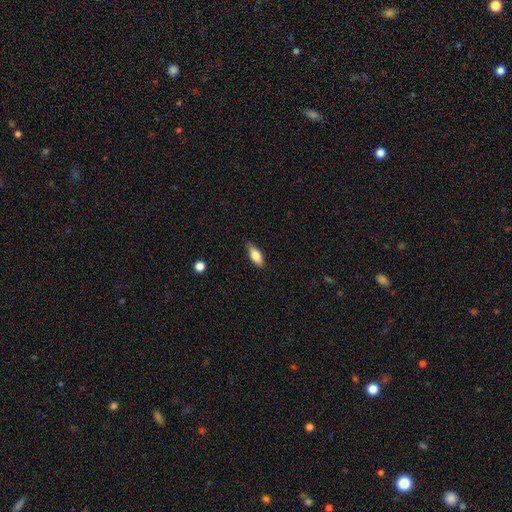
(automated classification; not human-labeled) This is likely a smooth galaxy (79%). How rounded: clearly in between (80%). Merging: likely none (78%).